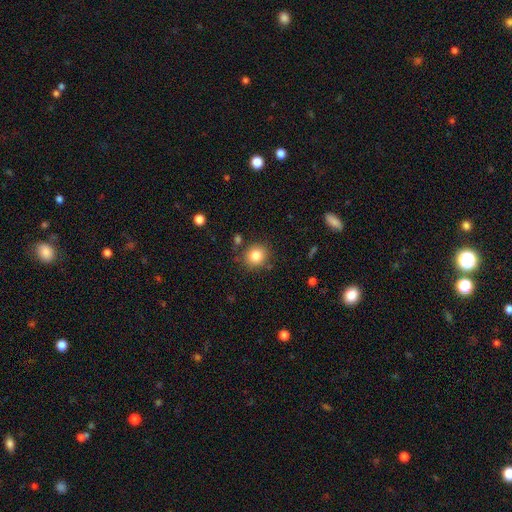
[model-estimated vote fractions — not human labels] A smooth galaxy with no disk features (82%) that is round (86%).

Vote fractions:
- Smooth or featured? smooth: 82% / star or artifact: 10% / featured or disk: 7%
- How rounded? round: 86% / in between: 13% / cigar-shaped: 1%
- Merging? none: 84% / minor disturbance: 9% / merger: 4% / major disturbance: 3%